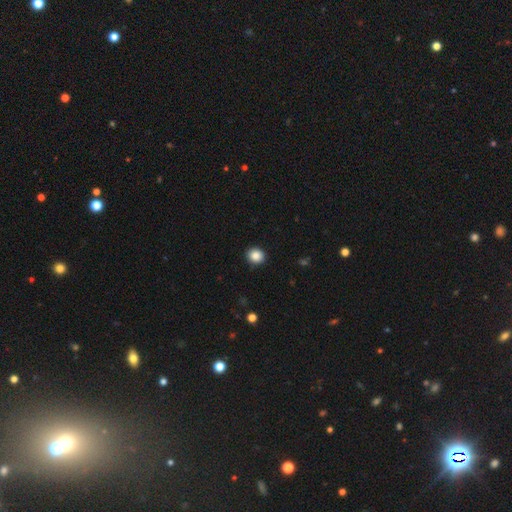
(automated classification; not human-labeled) Smooth or featured? Predicted: smooth (p=0.88). How rounded? Predicted: round (p=0.82). Merging? Predicted: none (p=0.91).